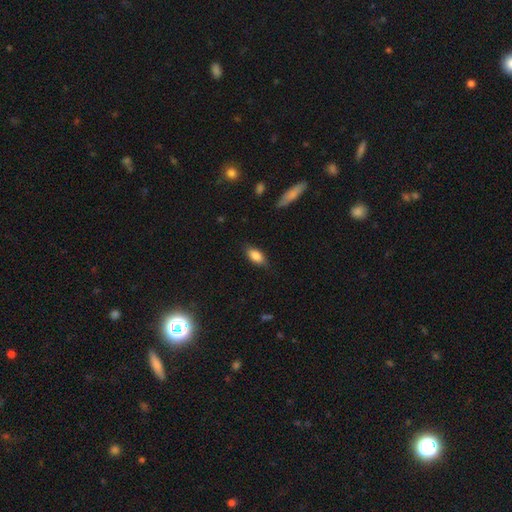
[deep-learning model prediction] smooth_or_featured: smooth (p=0.84) [alt: featured or disk p=0.09]
how_rounded: in between (p=0.87) [alt: cigar-shaped p=0.10]
merging: none (p=0.79) [alt: minor disturbance p=0.17]